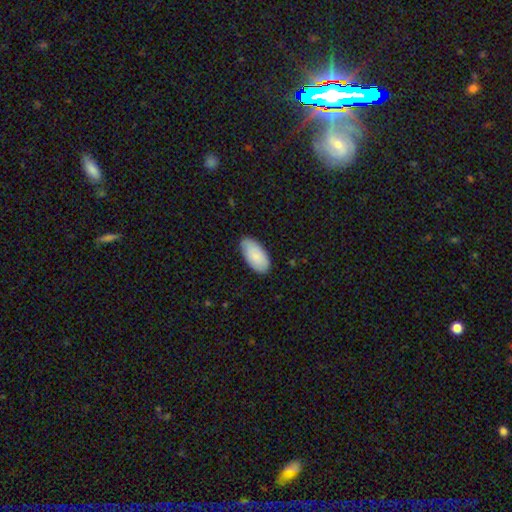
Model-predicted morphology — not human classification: This appears to be a smooth galaxy with no disk features (86%) that is in between round and cigar-shaped (95%). Merging: none (78%).